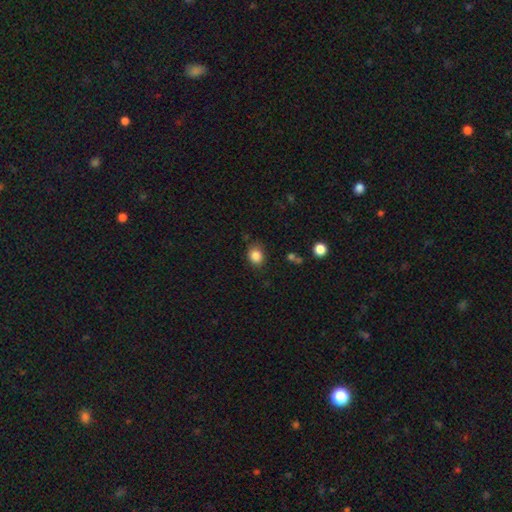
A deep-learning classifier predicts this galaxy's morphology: Overall: smooth (86%). How rounded: round (61%; in between 38%). Merging: none (81%).